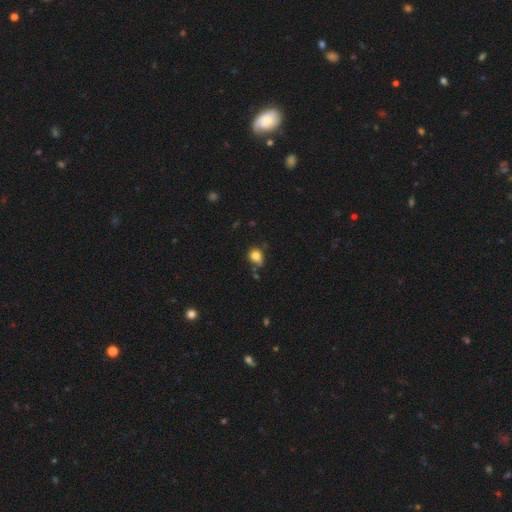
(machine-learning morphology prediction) A smooth galaxy with no disk features (81%) that is round (54%). Merging: none (56%).